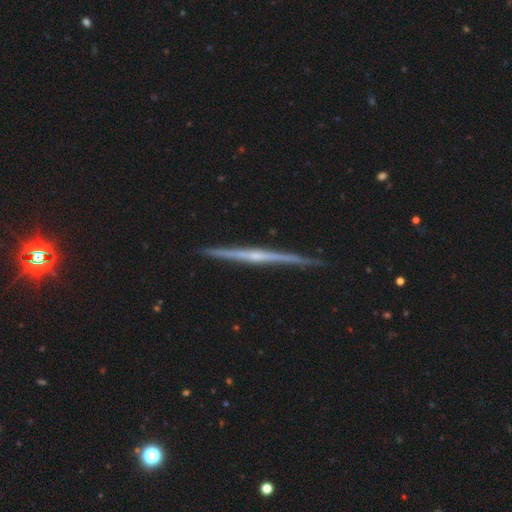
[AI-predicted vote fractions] Overall: featured or disk (81%). Edge-on disk: yes (98%). Edge-on bulge: rounded (48%; none 45%). Merging: none (91%).